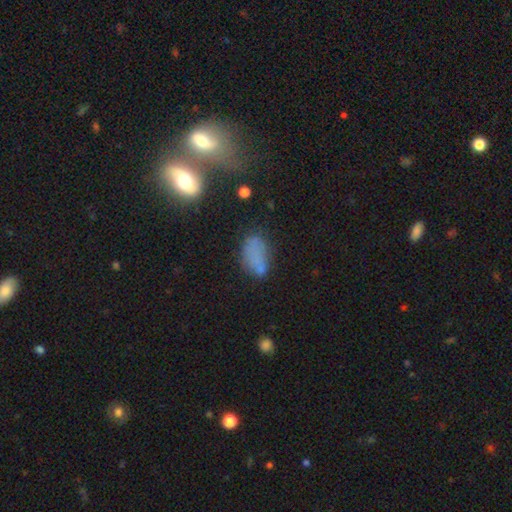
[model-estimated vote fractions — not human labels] smooth 67%, featured or disk 17%, star or artifact 16%. Down the decision tree: how rounded — in between (88%); merging — none (46%).